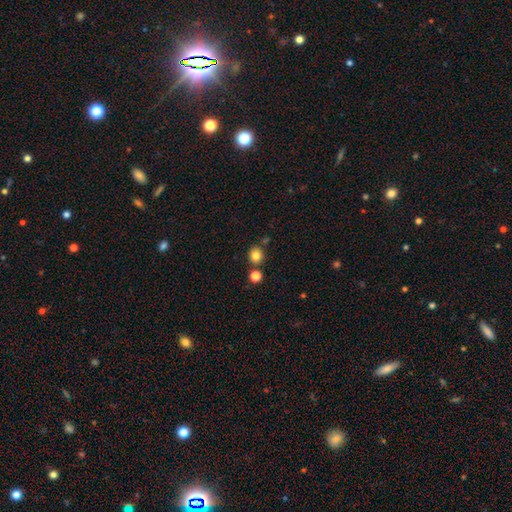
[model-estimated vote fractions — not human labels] This is clearly a smooth galaxy (82%). How rounded: clearly round (81%). Merging: likely none (78%).